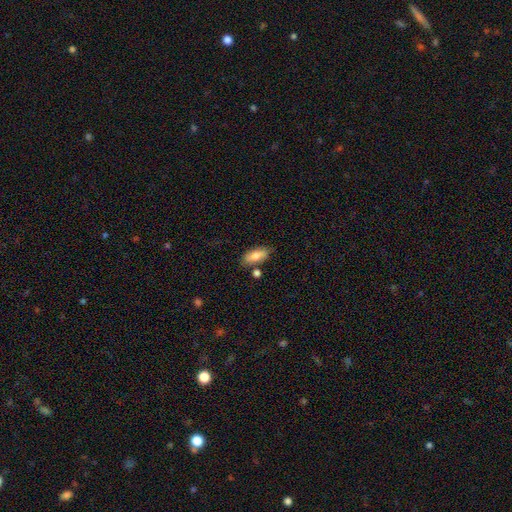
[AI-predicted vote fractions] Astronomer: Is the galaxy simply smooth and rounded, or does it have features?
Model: smooth — 78%.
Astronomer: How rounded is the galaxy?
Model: in between — 87%.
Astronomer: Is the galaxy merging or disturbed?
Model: none — 76%.